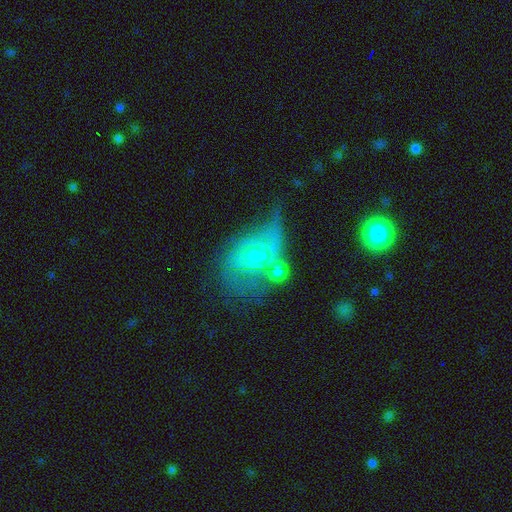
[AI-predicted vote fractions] Overall: featured or disk (57%; smooth 31%). Edge-on disk: no (94%). Bar: no (70%). Spiral arms: yes (56%; no 44%). Bulge size: small (64%; moderate 25%). Merging: major disturbance (32%; none 24%).